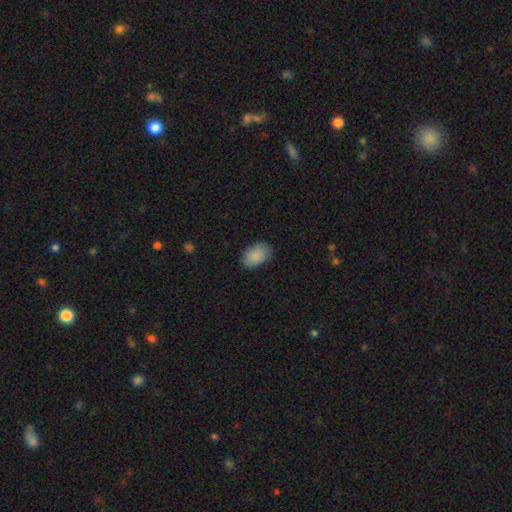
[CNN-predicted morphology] Overall: smooth (89%). How rounded: in between (91%). Merging: none (83%).